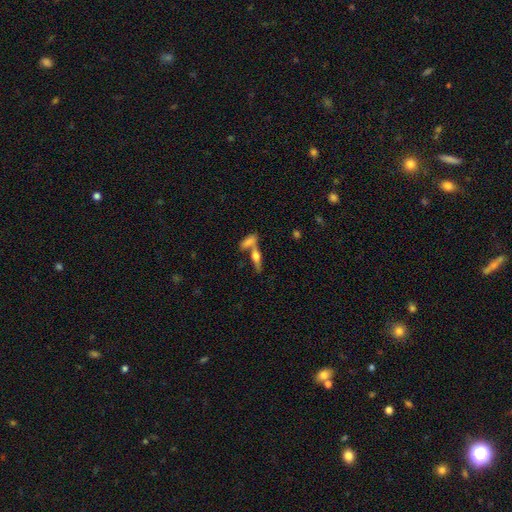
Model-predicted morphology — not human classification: Smooth or featured: featured or disk — 48% (smooth — 43%)
Merging: none — 52% (merger — 36%)